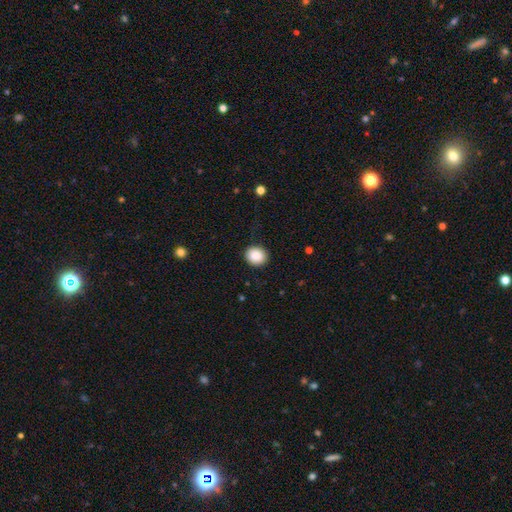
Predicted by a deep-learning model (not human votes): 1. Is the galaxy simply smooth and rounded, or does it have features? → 89% smooth, 8% star or artifact, 3% featured or disk.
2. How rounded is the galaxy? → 74% round, 25% in between, 1% cigar-shaped.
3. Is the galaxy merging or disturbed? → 88% none, 8% minor disturbance, 2% major disturbance, 1% merger.